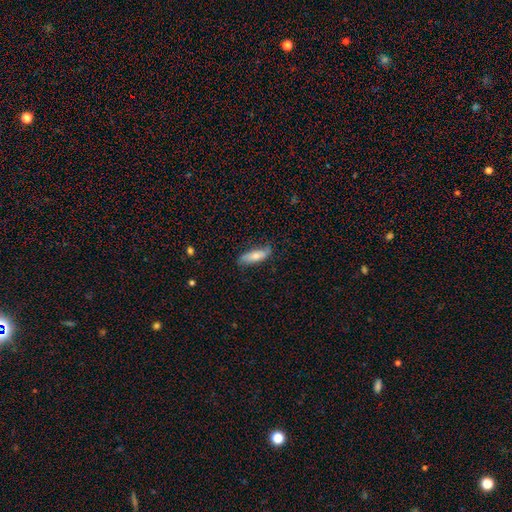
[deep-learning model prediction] Morphology: type=smooth (74%); roundness=in between (52%); merging=none (75%).